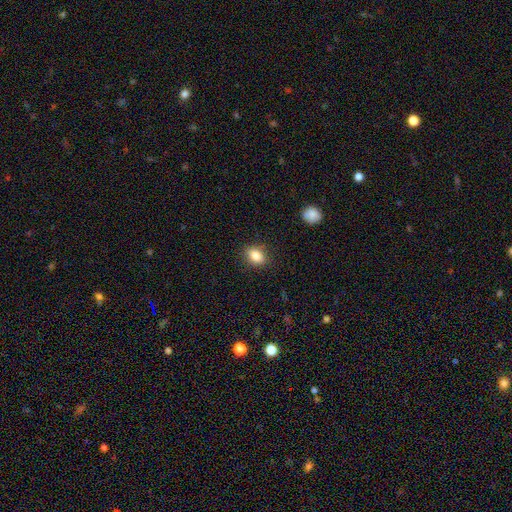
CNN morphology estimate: smooth-or-featured: smooth: 85% | star or artifact: 9% | featured or disk: 6%
  how-rounded: in between: 71% | round: 27% | cigar-shaped: 2%
  merging: none: 86% | minor disturbance: 10% | major disturbance: 3% | merger: 1%